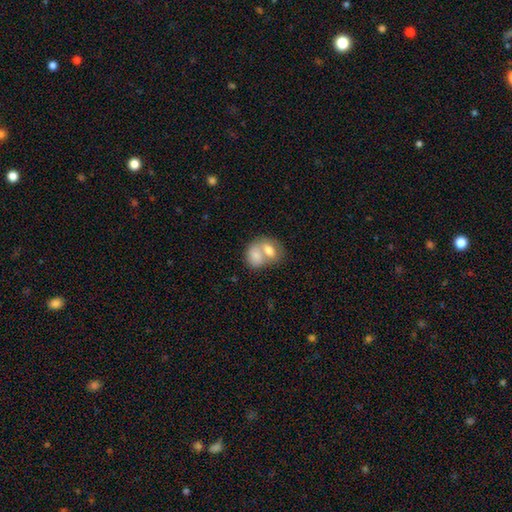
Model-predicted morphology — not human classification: This is likely a smooth galaxy (75%). How rounded: likely in between (66%). Merging: likely merger (70%).